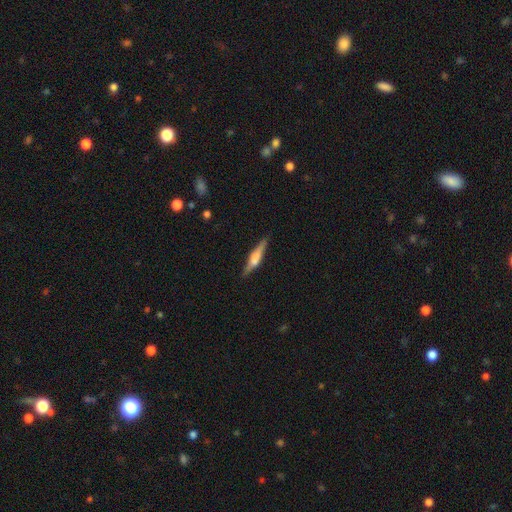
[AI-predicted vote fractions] A featured or disk galaxy (55%) viewed edge-on (96%) with a rounded central bulge (58%).

Vote fractions:
- Smooth or featured? featured or disk: 55% / smooth: 39% / star or artifact: 7%
- Edge-on disk? yes: 96% / no: 4%
- Edge-on bulge? rounded: 58% / boxy: 33% / none: 9%
- Merging? none: 85% / minor disturbance: 11% / major disturbance: 3% / merger: 1%